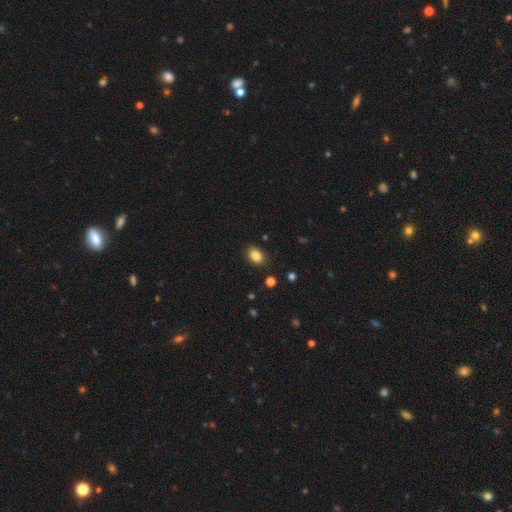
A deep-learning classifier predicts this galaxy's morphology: Smooth or featured: smooth — 85% (star or artifact — 10%)
How rounded: in between — 78% (round — 21%)
Merging: none — 85% (minor disturbance — 11%)